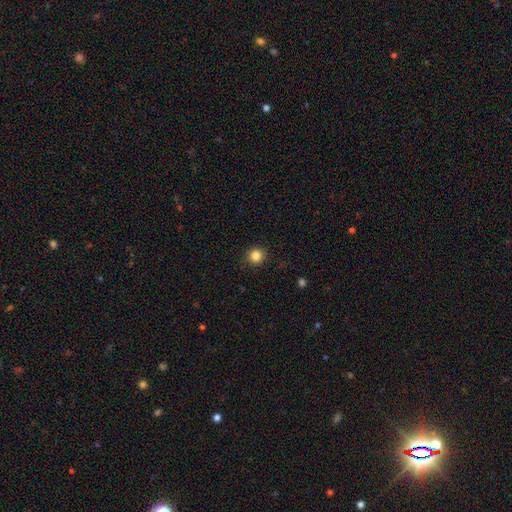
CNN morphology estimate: The model was most divided on "smooth or featured": smooth: 84%, star or artifact: 11%, featured or disk: 4%. More confident: how rounded — round (91%); merging — none (90%).